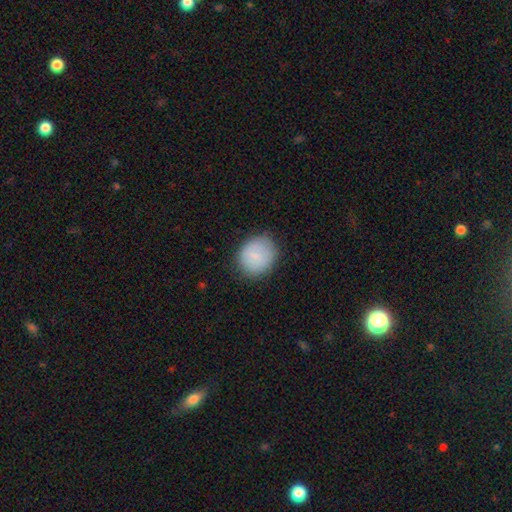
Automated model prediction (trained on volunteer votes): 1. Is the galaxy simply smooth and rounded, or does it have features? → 83% smooth, 10% featured or disk, 7% star or artifact.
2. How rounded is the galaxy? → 72% round, 27% in between, 1% cigar-shaped.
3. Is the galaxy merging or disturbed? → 78% none, 16% minor disturbance, 4% major disturbance, 1% merger.